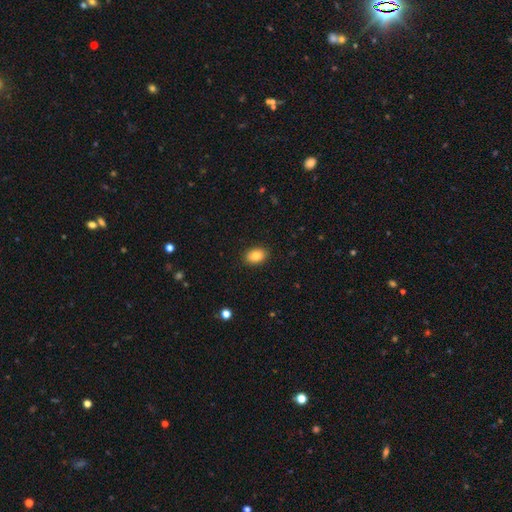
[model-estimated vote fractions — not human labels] A smooth galaxy with no disk features (86%) that is in between round and cigar-shaped (81%). Merging: none (90%).